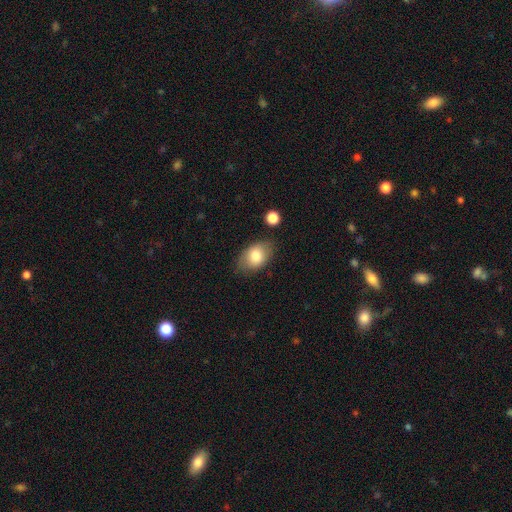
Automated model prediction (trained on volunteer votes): This appears to be a smooth galaxy with no disk features (80%) that is in between round and cigar-shaped (86%). Merging: none (77%).